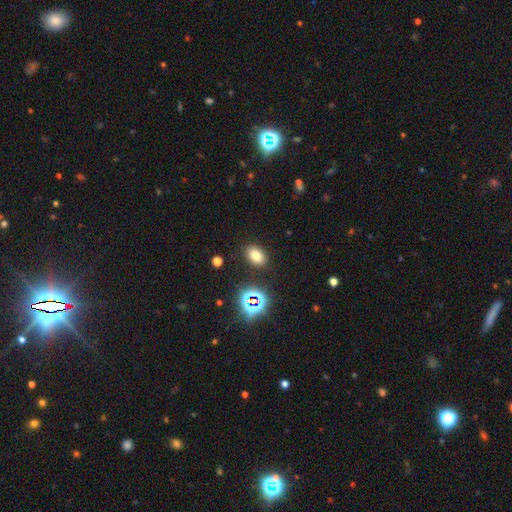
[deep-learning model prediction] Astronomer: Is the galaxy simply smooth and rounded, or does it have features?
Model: smooth — 72%.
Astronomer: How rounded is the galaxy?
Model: in between — 83%.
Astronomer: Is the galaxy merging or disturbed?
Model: none — 87%.